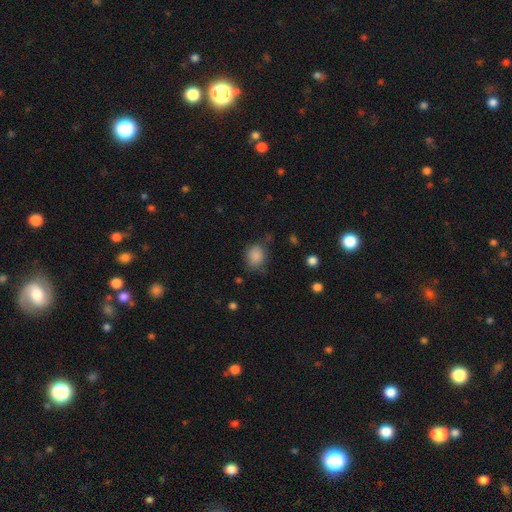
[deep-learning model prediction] smooth-or-featured: smooth: 85% | star or artifact: 10% | featured or disk: 5%
  how-rounded: round: 54% | in between: 45% | cigar-shaped: 1%
  merging: none: 68% | minor disturbance: 23% | major disturbance: 7% | merger: 3%